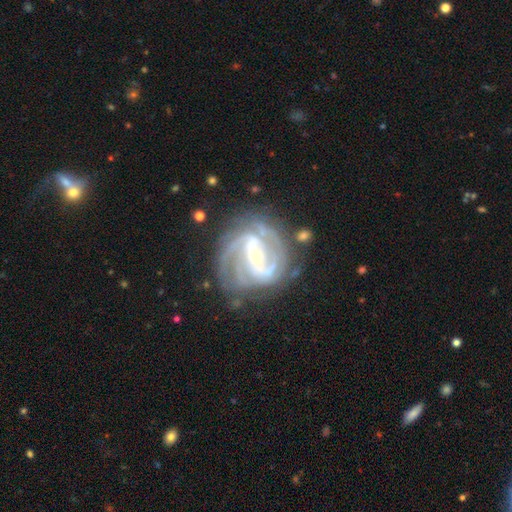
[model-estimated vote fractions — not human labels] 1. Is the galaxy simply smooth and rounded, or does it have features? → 90% featured or disk, 5% star or artifact, 5% smooth.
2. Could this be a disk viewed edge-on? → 98% no, 2% yes.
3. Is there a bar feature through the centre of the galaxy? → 37% weak, 33% strong, 30% no.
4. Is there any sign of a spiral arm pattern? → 97% yes, 3% no.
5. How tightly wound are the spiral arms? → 53% tight, 39% medium, 8% loose.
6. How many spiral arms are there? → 36% 2, 28% 3, 16% can't tell, 9% 4, 5% more than 4, 5% 1.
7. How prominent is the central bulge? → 60% small, 34% moderate, 3% large, 2% none, 1% dominant.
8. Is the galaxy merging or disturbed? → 69% none, 18% minor disturbance, 11% major disturbance, 3% merger.